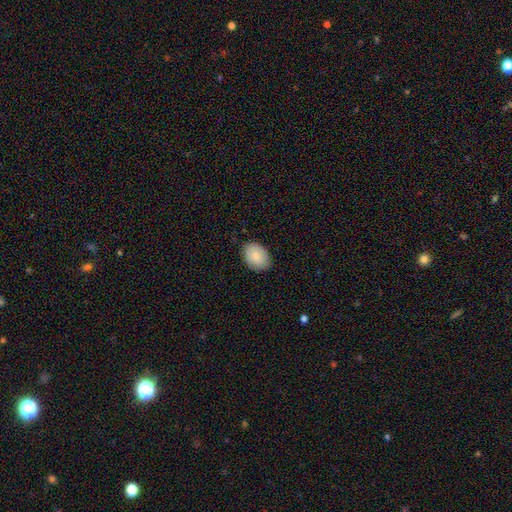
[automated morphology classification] A smooth galaxy with no disk features (86%) that is in between round and cigar-shaped (79%).

Vote fractions:
- Smooth or featured? smooth: 86% / featured or disk: 8% / star or artifact: 6%
- How rounded? in between: 79% / round: 20% / cigar-shaped: 1%
- Merging? none: 83% / minor disturbance: 14% / major disturbance: 2% / merger: 1%